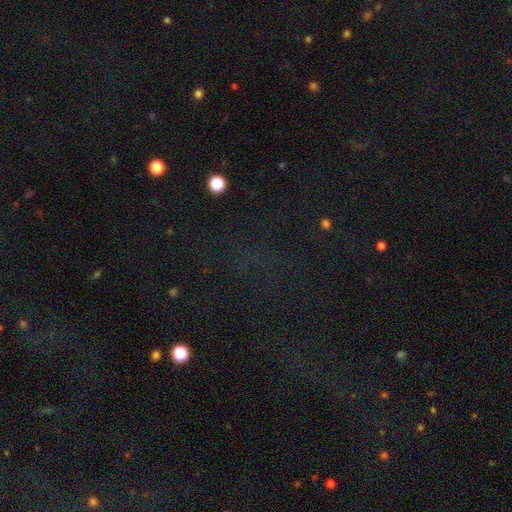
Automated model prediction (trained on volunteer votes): Q: Smooth or featured?
A: star or artifact (71%); runner-up: smooth (17%)